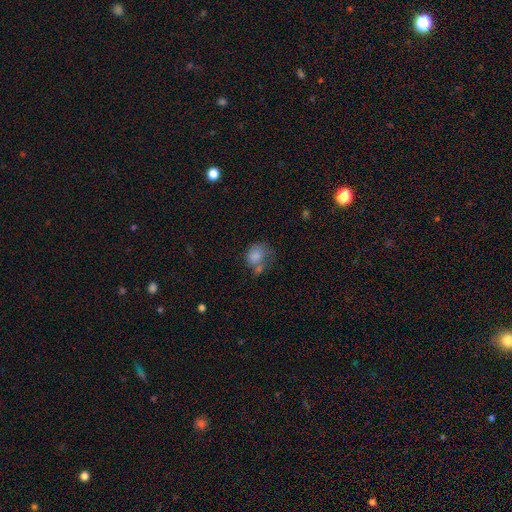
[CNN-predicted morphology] Smooth or featured: smooth — 77% (featured or disk — 13%)
How rounded: round — 53% (in between — 46%)
Merging: none — 35% (minor disturbance — 25%)